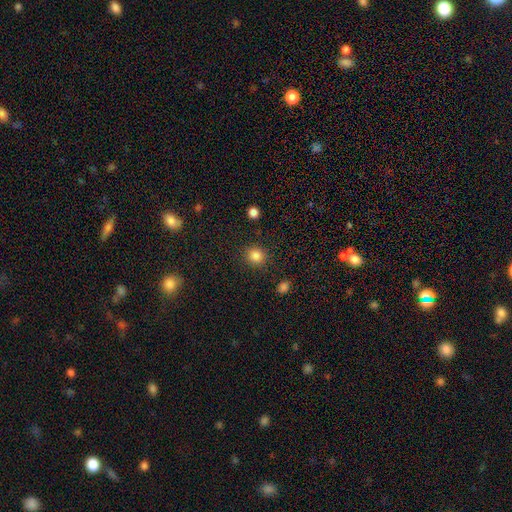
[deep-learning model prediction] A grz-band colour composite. It shows a smooth galaxy with no disk features (85%) that is round (86%). Merging: none (88%).